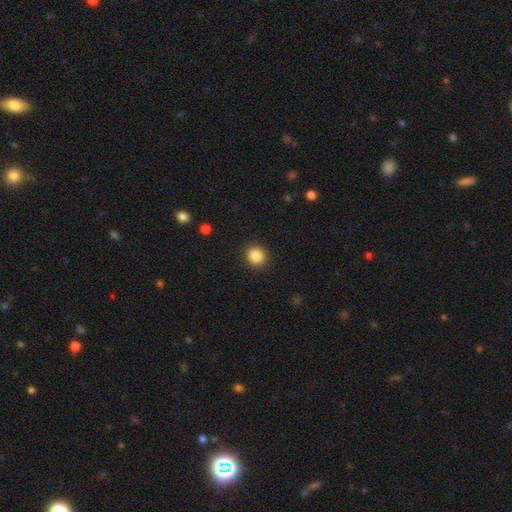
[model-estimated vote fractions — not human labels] smooth-or-featured: smooth: 87% | star or artifact: 10% | featured or disk: 4%
  how-rounded: round: 89% | in between: 10% | cigar-shaped: 1%
  merging: none: 91% | minor disturbance: 6% | major disturbance: 2% | merger: 1%